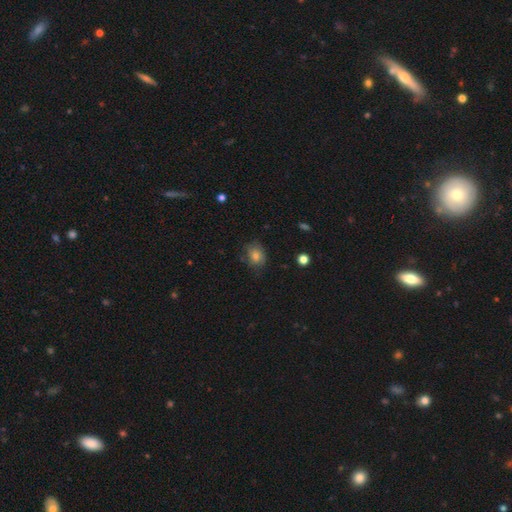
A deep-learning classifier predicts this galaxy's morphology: This appears to be a smooth galaxy with no disk features (73%) that is round (54%). Merging: none (68%).